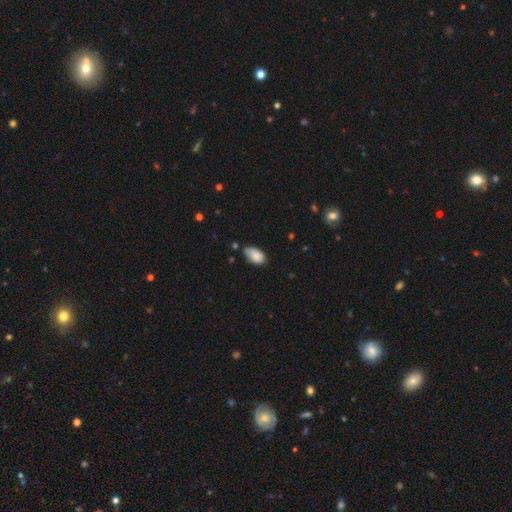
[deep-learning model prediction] Smooth or featured?
  - smooth: 86% *
  - star or artifact: 7%
  - featured or disk: 7%
How rounded?
  - in between: 94% *
  - round: 3%
  - cigar-shaped: 2%
Merging?
  - none: 63% *
  - minor disturbance: 29%
  - major disturbance: 4%
  - merger: 4%